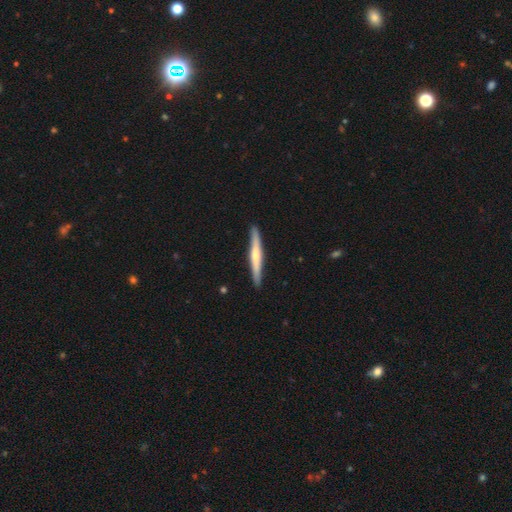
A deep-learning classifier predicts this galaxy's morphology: A featured or disk galaxy (52%) viewed edge-on (97%) with a rounded central bulge (55%). Merging: none (91%).